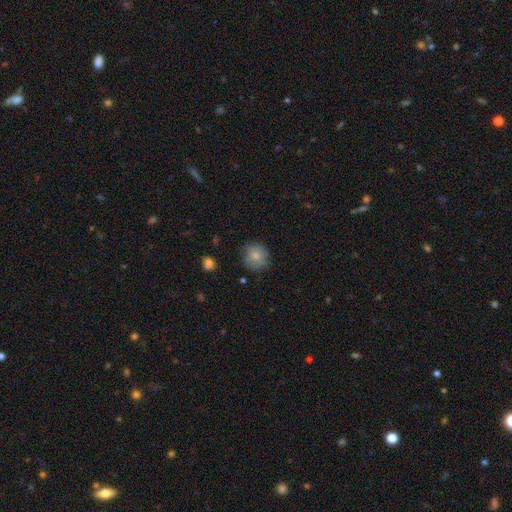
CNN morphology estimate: smooth 79%, featured or disk 13%, star or artifact 8%. Down the decision tree: how rounded — round (89%); merging — none (76%).